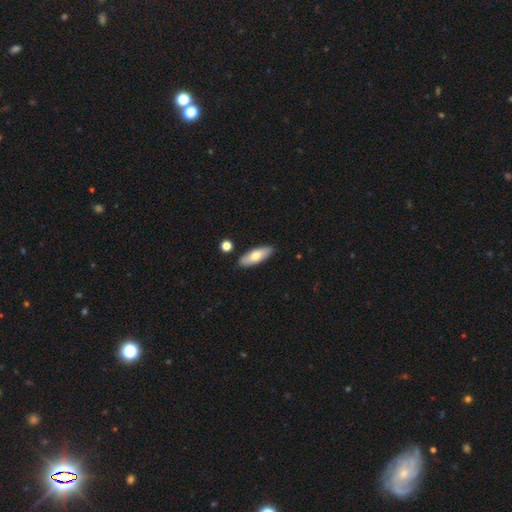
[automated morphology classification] smooth-or-featured: smooth: 69% | featured or disk: 25% | star or artifact: 6%
  how-rounded: in between: 67% | cigar-shaped: 31% | round: 2%
  merging: none: 86% | minor disturbance: 9% | merger: 3% | major disturbance: 2%